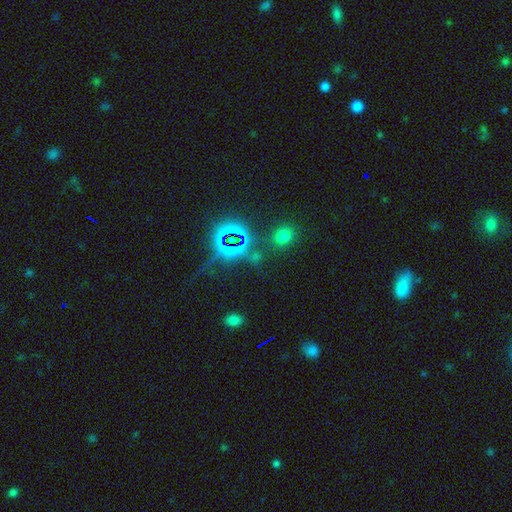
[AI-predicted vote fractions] smooth-or-featured: star or artifact: 62% | smooth: 31% | featured or disk: 7%